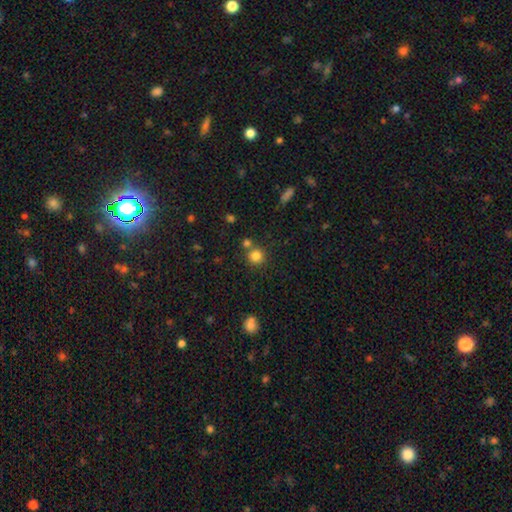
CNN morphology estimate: smooth-or-featured: smooth: 81% | star or artifact: 13% | featured or disk: 6%
  how-rounded: round: 92% | in between: 7% | cigar-shaped: 1%
  merging: none: 70% | merger: 19% | minor disturbance: 8% | major disturbance: 3%